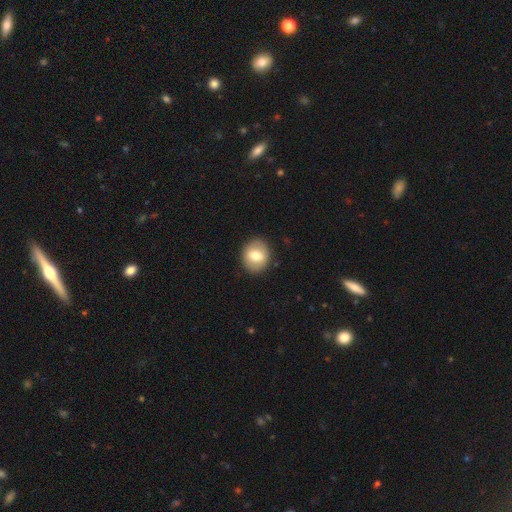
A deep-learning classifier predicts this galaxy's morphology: smooth-or-featured: smooth: 71% | featured or disk: 22% | star or artifact: 8%
  how-rounded: round: 67% | in between: 32% | cigar-shaped: 1%
  merging: none: 89% | minor disturbance: 7% | major disturbance: 2% | merger: 1%